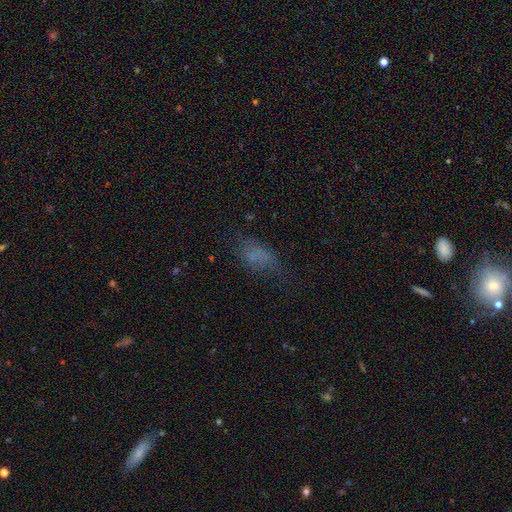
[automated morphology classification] A smooth galaxy with no disk features (62%) that is in between round and cigar-shaped (83%). Merging: none (48%).